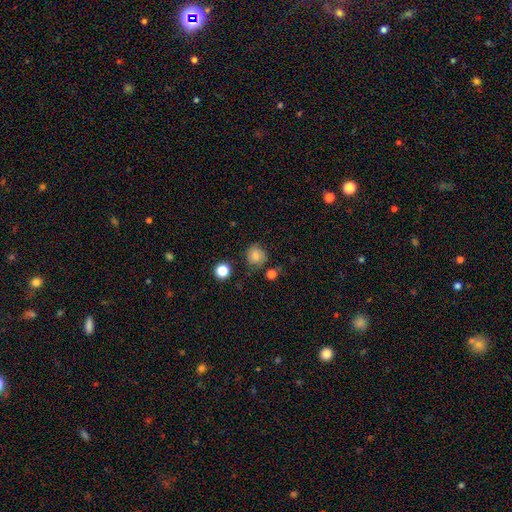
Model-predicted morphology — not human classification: smooth 72%, featured or disk 16%, star or artifact 12%. Down the decision tree: how rounded — round (82%); merging — none (69%).